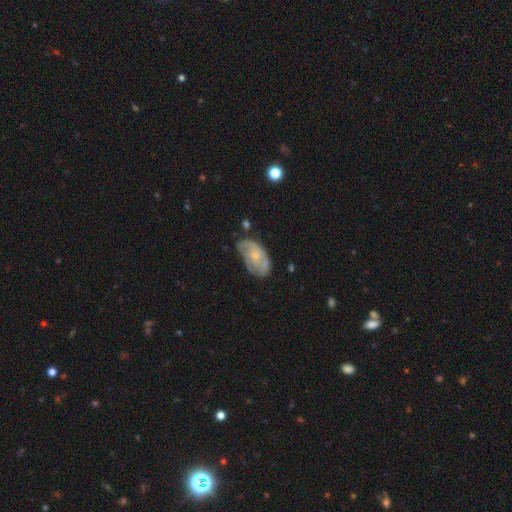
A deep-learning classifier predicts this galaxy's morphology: Smooth or featured: featured or disk — 59% (smooth — 34%)
Edge-on disk: no — 95% (yes — 5%)
Bar: no — 78% (weak — 19%)
Spiral arms: yes — 70% (no — 30%)
Bulge size: small — 57% (moderate — 30%)
Merging: none — 54% (minor disturbance — 31%)